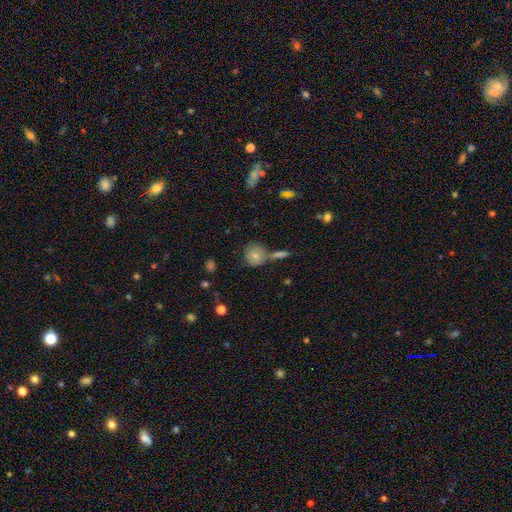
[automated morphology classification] Overall: smooth (74%). How rounded: round (80%). Merging: none (53%; merger 26%).